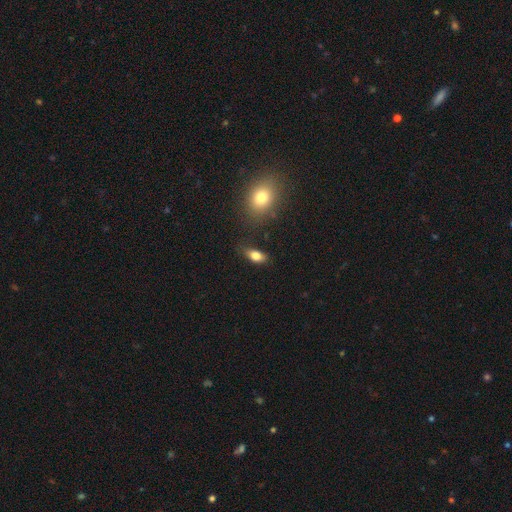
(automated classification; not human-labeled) Smooth or featured? Predicted: smooth (p=0.81). How rounded? Predicted: in between (p=0.86). Merging? Predicted: none (p=0.71).